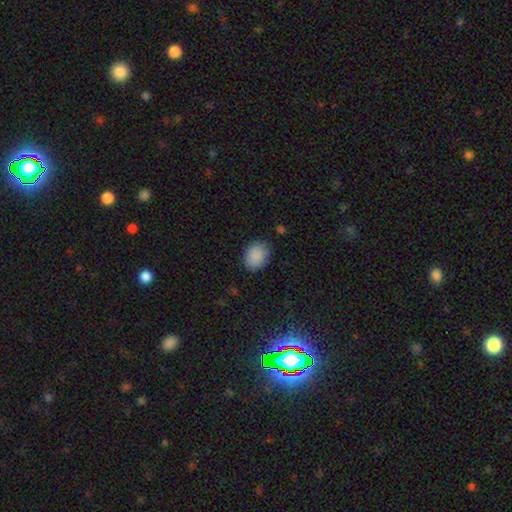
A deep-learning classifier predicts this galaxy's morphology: A smooth galaxy with no disk features (89%) that is in between round and cigar-shaped (67%).

Vote fractions:
- Smooth or featured? smooth: 89% / star or artifact: 7% / featured or disk: 4%
- How rounded? in between: 67% / round: 32% / cigar-shaped: 1%
- Merging? none: 85% / minor disturbance: 11% / major disturbance: 3% / merger: 1%